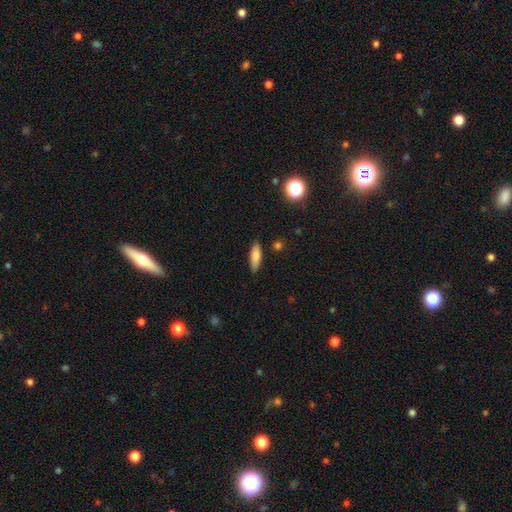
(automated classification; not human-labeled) smooth 80%, featured or disk 12%, star or artifact 8%. Down the decision tree: how rounded — cigar-shaped (52%); merging — none (85%).